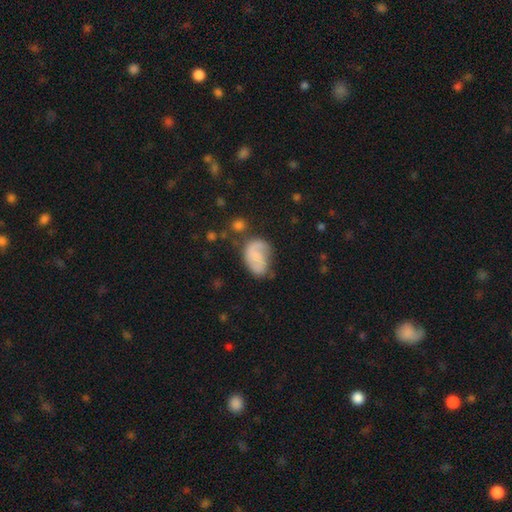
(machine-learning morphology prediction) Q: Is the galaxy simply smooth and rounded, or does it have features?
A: featured or disk — 47%.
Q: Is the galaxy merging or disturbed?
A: none — 45%.